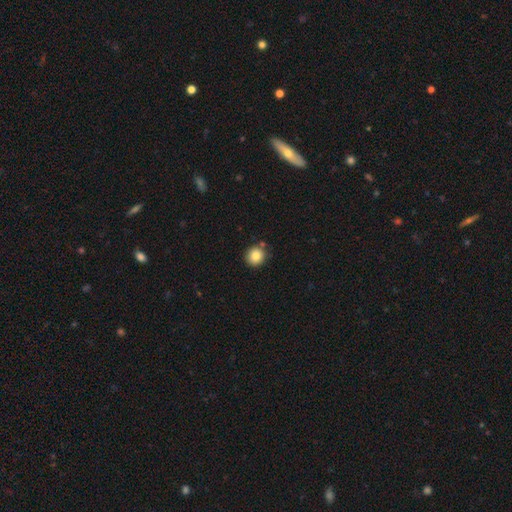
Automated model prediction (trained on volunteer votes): Q: Smooth or featured?
A: smooth (84%); runner-up: star or artifact (10%)
Q: How rounded?
A: round (90%); runner-up: in between (9%)
Q: Merging?
A: none (81%); runner-up: minor disturbance (10%)